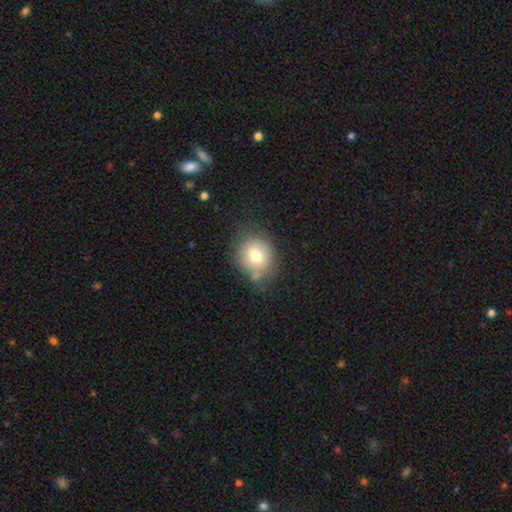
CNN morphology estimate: Smooth or featured? smooth (75%)
How rounded? round (74%)
Merging? none (68%)